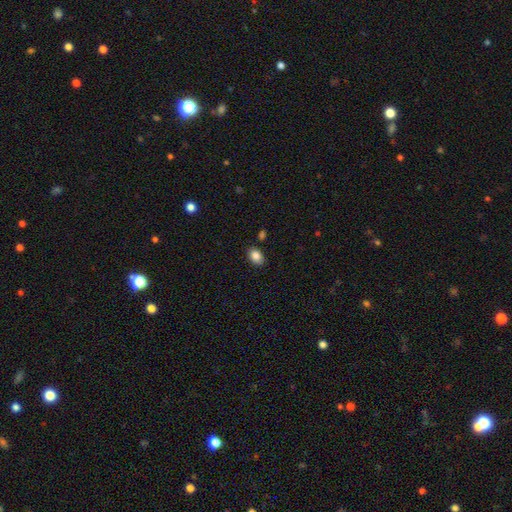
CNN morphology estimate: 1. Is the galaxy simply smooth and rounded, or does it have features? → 86% smooth, 9% star or artifact, 6% featured or disk.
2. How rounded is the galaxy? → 77% in between, 21% round, 1% cigar-shaped.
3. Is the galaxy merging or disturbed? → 85% none, 10% minor disturbance, 3% merger, 2% major disturbance.